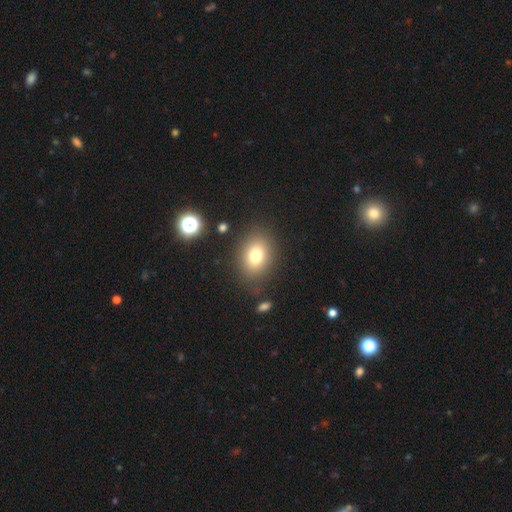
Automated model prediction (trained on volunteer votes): This appears to be a smooth galaxy with no disk features (77%) that is in between round and cigar-shaped (56%). Merging: none (84%).